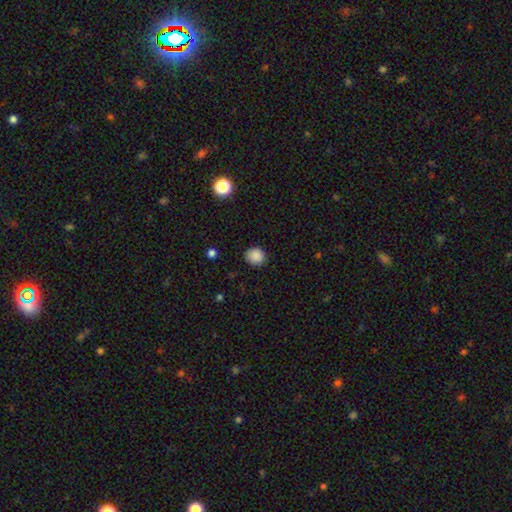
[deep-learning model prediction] Smooth or featured? smooth (87%)
How rounded? round (83%)
Merging? none (87%)